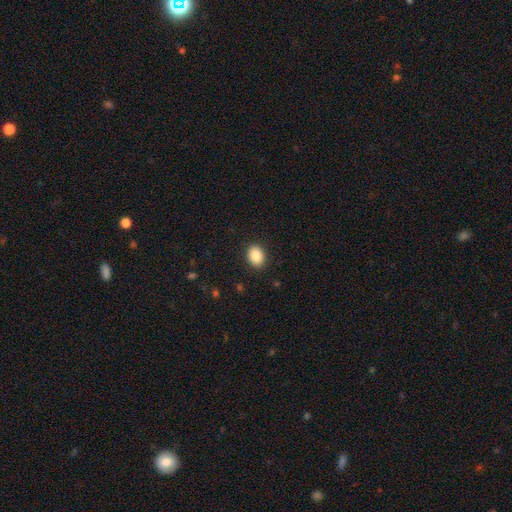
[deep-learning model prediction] Q: Smooth or featured?
A: smooth (86%); runner-up: star or artifact (8%)
Q: How rounded?
A: in between (56%); runner-up: round (44%)
Q: Merging?
A: none (90%); runner-up: minor disturbance (7%)